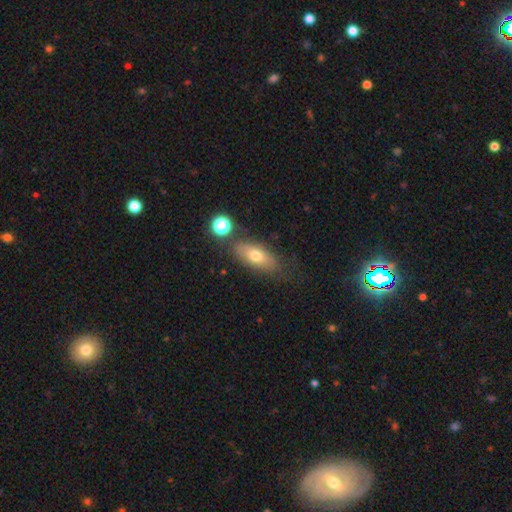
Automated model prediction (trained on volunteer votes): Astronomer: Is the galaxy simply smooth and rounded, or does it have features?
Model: smooth — 68%.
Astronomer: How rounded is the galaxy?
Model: in between — 77%.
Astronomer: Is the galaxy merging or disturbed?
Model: none — 70%.